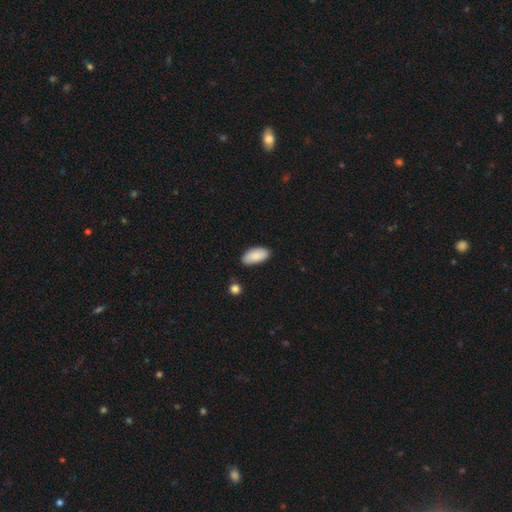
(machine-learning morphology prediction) A smooth galaxy with no disk features (89%) that is in between round and cigar-shaped (93%). Merging: none (81%).